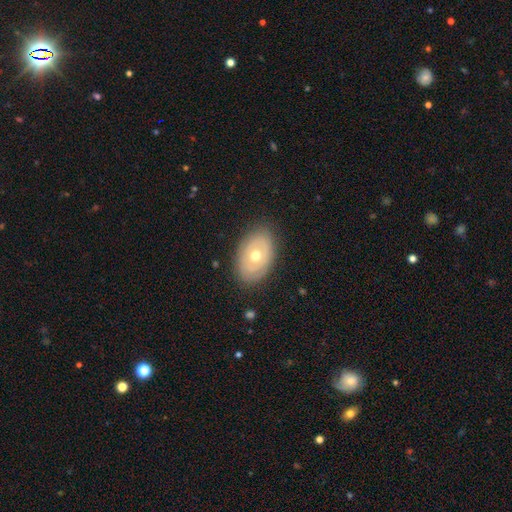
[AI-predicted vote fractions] A featured or disk galaxy (59%) with no bar (90%), no spiral arms (73%) and a moderate central bulge (75%). Merging: none (81%).